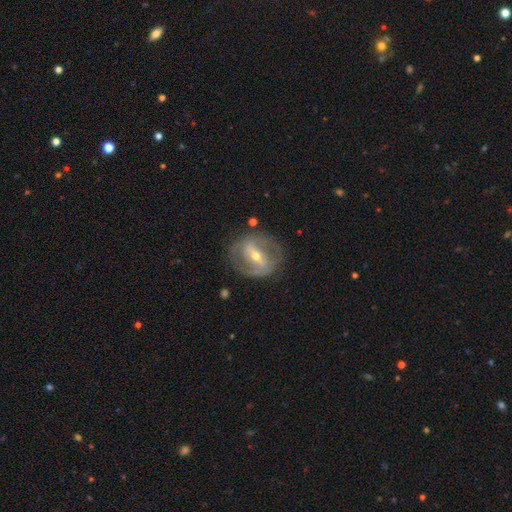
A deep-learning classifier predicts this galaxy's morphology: Overall: featured or disk (79%). Edge-on disk: no (94%). Bar: strong (58%; weak 29%). Spiral arms: yes (63%; no 37%). Bulge size: moderate (52%; small 45%). Merging: none (75%).